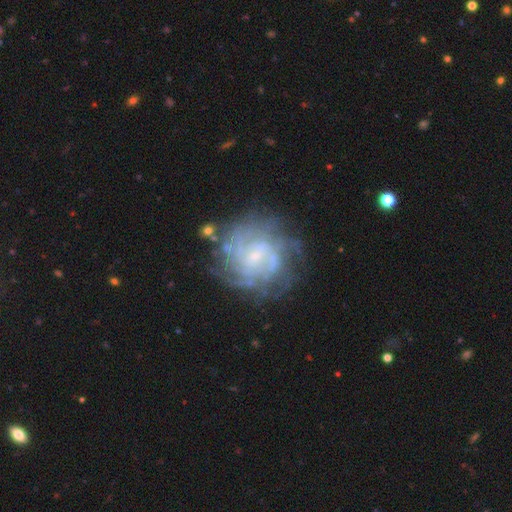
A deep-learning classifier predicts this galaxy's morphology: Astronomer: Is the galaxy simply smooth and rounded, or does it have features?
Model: featured or disk — 81%.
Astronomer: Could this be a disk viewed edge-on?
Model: no — 98%.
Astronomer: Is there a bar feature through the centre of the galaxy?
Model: no — 55% (runner-up: weak, 38%).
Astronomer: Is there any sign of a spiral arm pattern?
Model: yes — 90%.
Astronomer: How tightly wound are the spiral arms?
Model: tight — 63%.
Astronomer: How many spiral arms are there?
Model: can't tell — 44%.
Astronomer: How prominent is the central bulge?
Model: small — 73%.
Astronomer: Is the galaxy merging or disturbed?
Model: none — 71%.